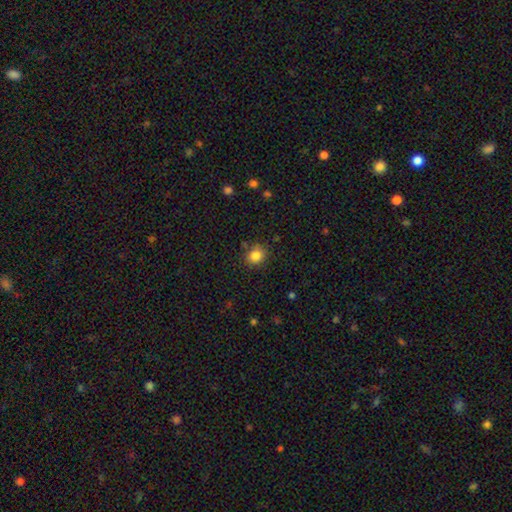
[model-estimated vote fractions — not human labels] The model was most divided on "how rounded": round: 80%, in between: 19%, cigar-shaped: 1%. More confident: smooth or featured — smooth (83%); merging — none (82%).